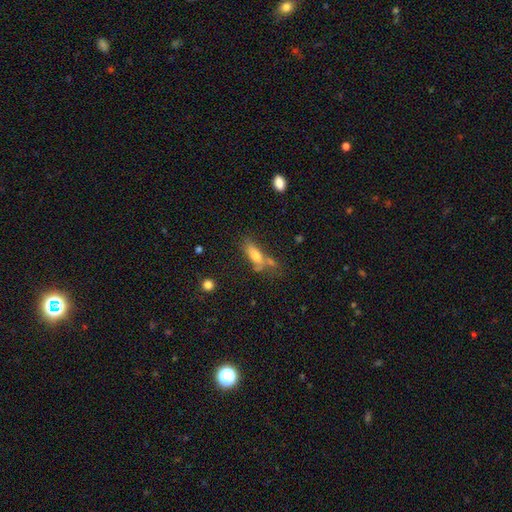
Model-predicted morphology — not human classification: Smooth or featured? smooth (68%)
How rounded? in between (64%)
Merging? none (43%)